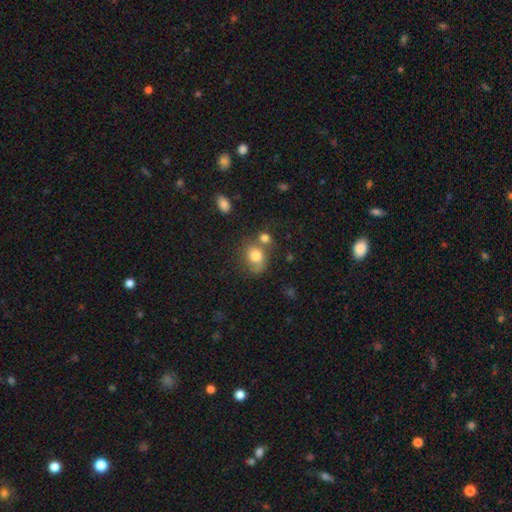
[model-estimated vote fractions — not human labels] Smooth or featured: smooth — 77% (featured or disk — 13%)
How rounded: round — 57% (in between — 42%)
Merging: none — 42% (merger — 28%)